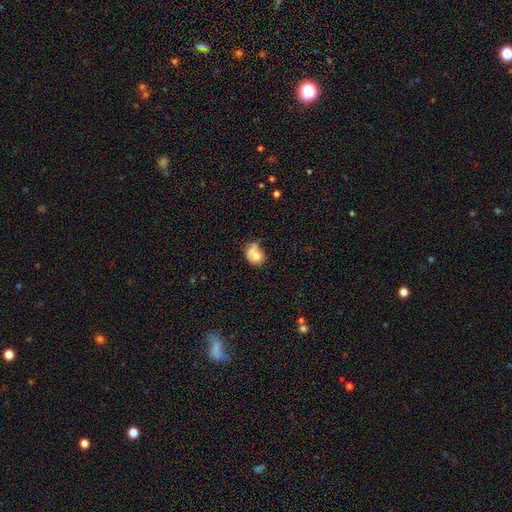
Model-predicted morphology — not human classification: Q: Smooth or featured?
A: smooth (68%); runner-up: featured or disk (22%)
Q: How rounded?
A: round (66%); runner-up: in between (33%)
Q: Merging?
A: none (36%); runner-up: minor disturbance (24%)